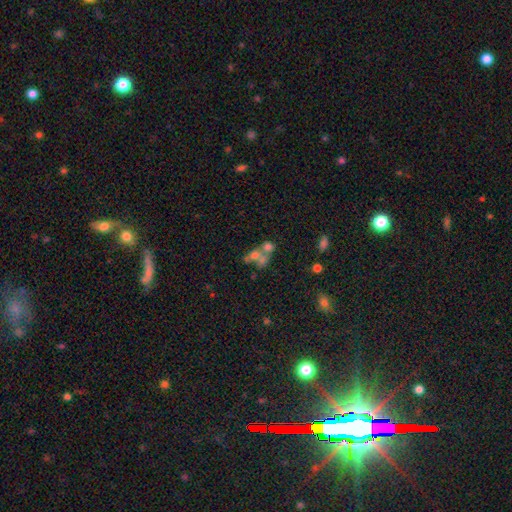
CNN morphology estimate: Smooth or featured: smooth — 51% (featured or disk — 31%)
How rounded: round — 50% (in between — 46%)
Merging: merger — 58% (none — 26%)